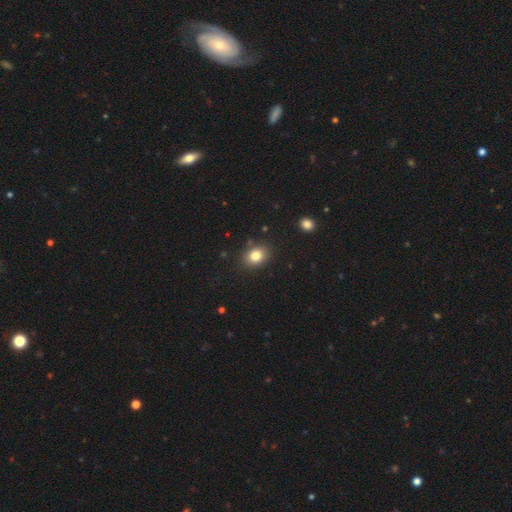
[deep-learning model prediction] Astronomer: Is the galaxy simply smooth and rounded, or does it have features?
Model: smooth — 82%.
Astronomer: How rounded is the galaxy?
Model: in between — 56% (runner-up: round, 44%).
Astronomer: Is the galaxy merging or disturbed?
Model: none — 86%.